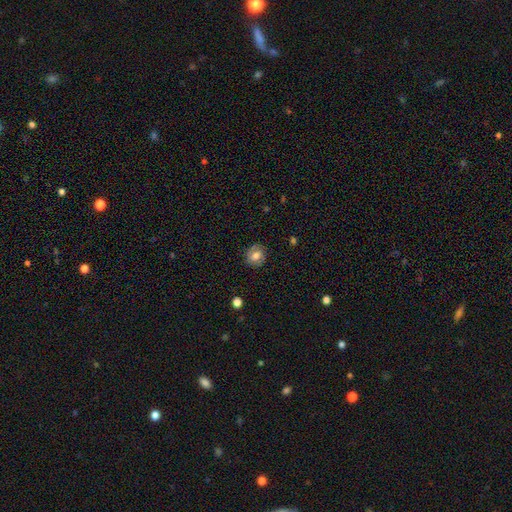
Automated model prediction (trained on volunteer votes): A smooth galaxy with no disk features (59%) that is round (77%). Merging: none (83%).